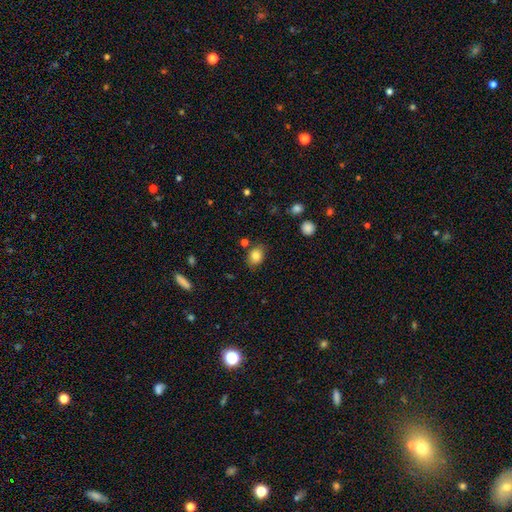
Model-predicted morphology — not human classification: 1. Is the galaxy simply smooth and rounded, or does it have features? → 83% smooth, 10% star or artifact, 8% featured or disk.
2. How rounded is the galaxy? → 58% in between, 41% round, 1% cigar-shaped.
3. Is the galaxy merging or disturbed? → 79% none, 14% minor disturbance, 4% merger, 3% major disturbance.